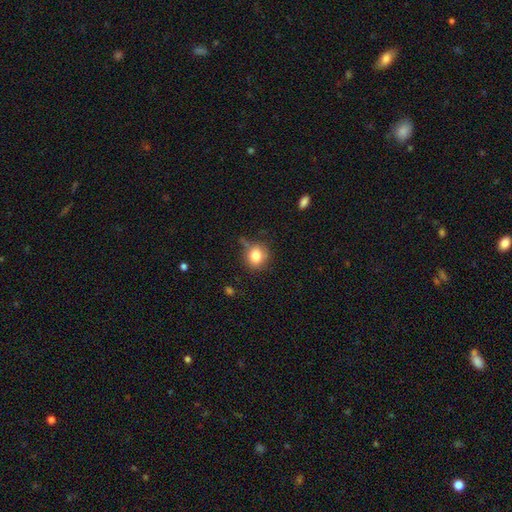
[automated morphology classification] smooth 82%, star or artifact 10%, featured or disk 8%. Down the decision tree: how rounded — round (80%); merging — none (70%).